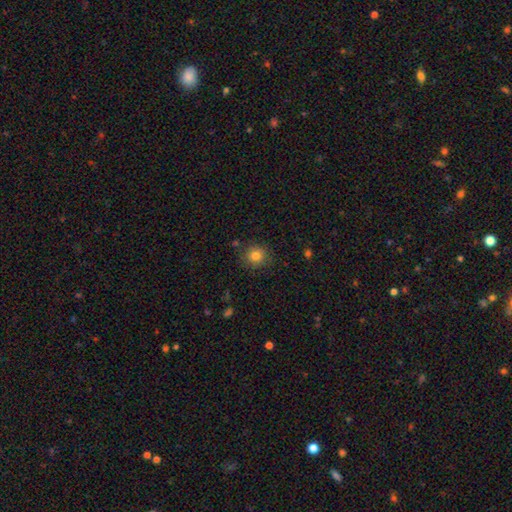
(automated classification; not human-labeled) smooth-or-featured: smooth: 82% | star or artifact: 11% | featured or disk: 7%
  how-rounded: round: 91% | in between: 8% | cigar-shaped: 1%
  merging: none: 86% | minor disturbance: 9% | major disturbance: 3% | merger: 2%